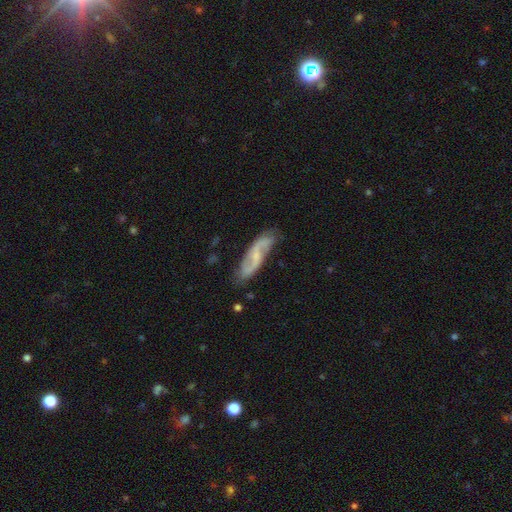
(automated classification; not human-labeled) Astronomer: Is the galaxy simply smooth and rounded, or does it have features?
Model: featured or disk — 78%.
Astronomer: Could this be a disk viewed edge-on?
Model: no — 89%.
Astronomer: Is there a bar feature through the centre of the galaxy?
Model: weak — 47% (runner-up: no, 35%).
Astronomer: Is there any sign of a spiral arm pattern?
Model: yes — 94%.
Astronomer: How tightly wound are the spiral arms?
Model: loose — 45% (runner-up: medium, 40%).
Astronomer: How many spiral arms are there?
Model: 2 — 90%.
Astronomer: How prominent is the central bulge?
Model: small — 57%.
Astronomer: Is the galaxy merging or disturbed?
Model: none — 77%.